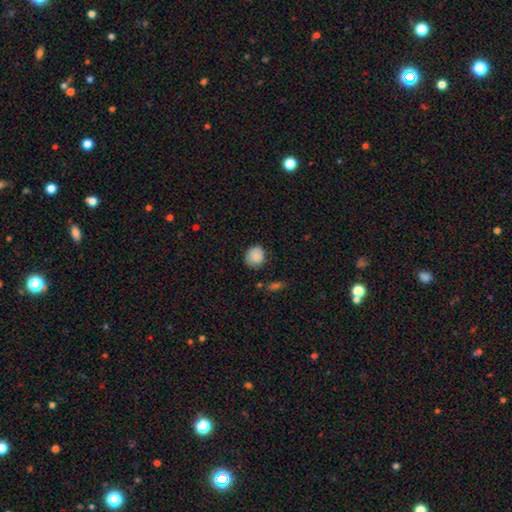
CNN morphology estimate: type=smooth (84%); roundness=round (79%); merging=none (72%).